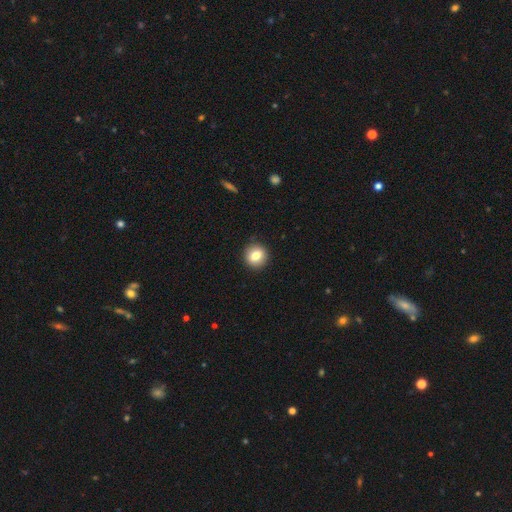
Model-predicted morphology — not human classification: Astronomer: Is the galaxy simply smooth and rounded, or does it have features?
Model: smooth — 80%.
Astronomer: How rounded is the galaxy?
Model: round — 90%.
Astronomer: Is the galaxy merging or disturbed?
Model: none — 91%.